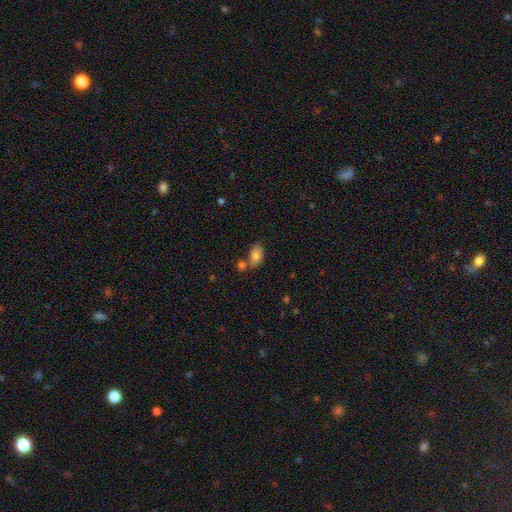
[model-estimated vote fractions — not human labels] Overall: smooth (81%). How rounded: in between (91%). Merging: none (57%; merger 22%).